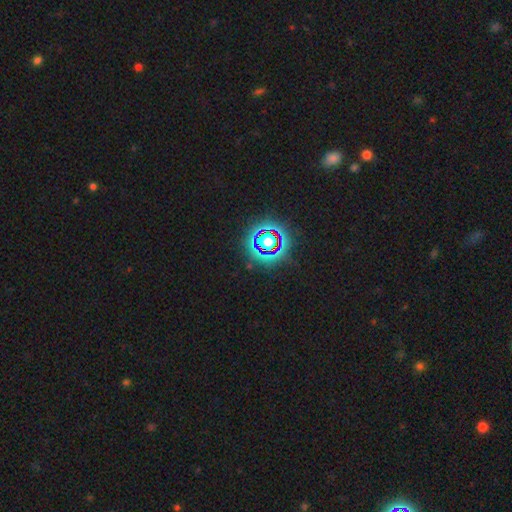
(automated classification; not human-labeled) Smooth or featured? star or artifact (79%)